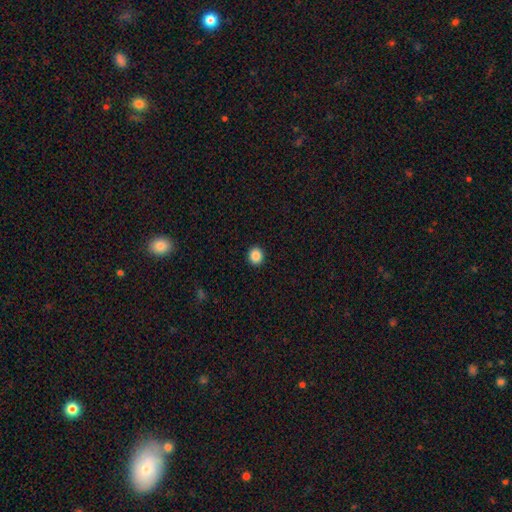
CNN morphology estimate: smooth 87%, star or artifact 10%, featured or disk 3%. Down the decision tree: how rounded — round (87%); merging — none (93%).